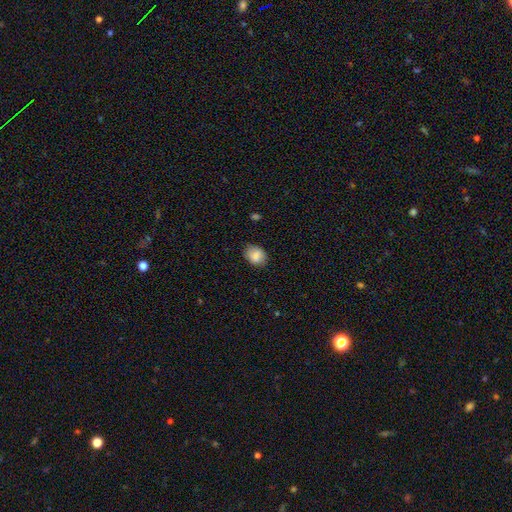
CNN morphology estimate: smooth_or_featured: smooth (p=0.85) [alt: star or artifact p=0.08]
how_rounded: in between (p=0.58) [alt: round p=0.41]
merging: none (p=0.79) [alt: minor disturbance p=0.17]